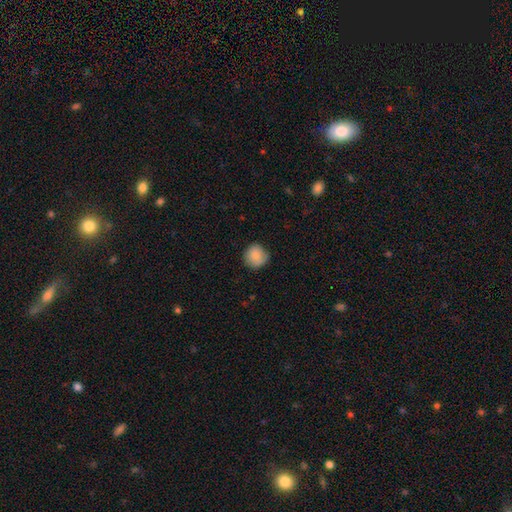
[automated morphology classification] type=smooth (84%); roundness=round (91%); merging=none (77%).